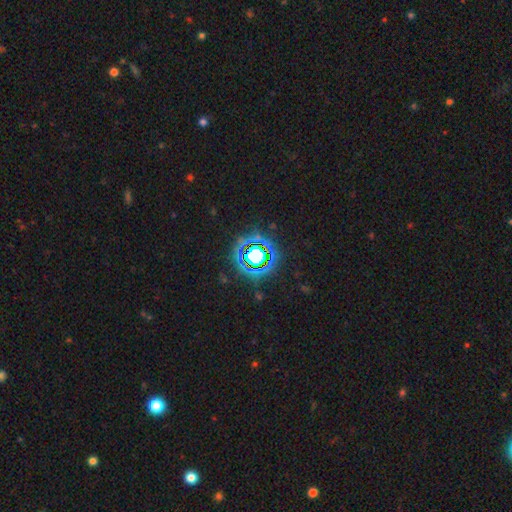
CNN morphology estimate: Smooth or featured?
  - star or artifact: 71% *
  - smooth: 19%
  - featured or disk: 11%